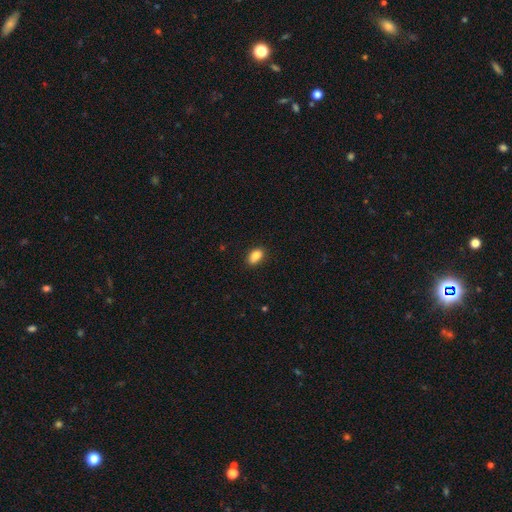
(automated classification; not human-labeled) The model was most divided on "merging": none: 85%, minor disturbance: 12%, major disturbance: 2%, merger: 1%. More confident: how rounded — in between (88%); smooth or featured — smooth (86%).